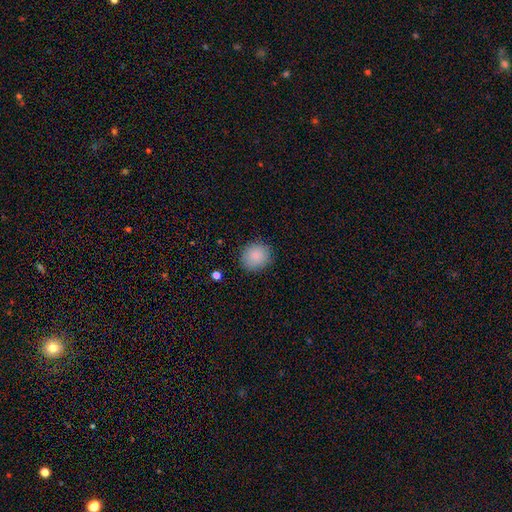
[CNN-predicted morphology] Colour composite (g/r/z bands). It shows a smooth galaxy with no disk features (88%) that is round (83%). Merging: none (88%).